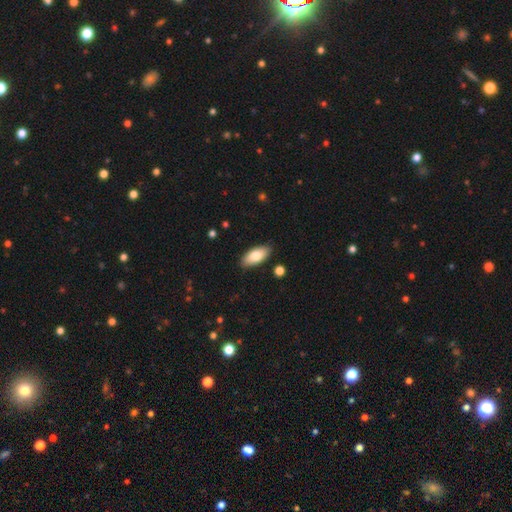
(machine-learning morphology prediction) Smooth or featured: smooth — 80% (featured or disk — 14%)
How rounded: in between — 89% (cigar-shaped — 9%)
Merging: none — 87% (minor disturbance — 9%)